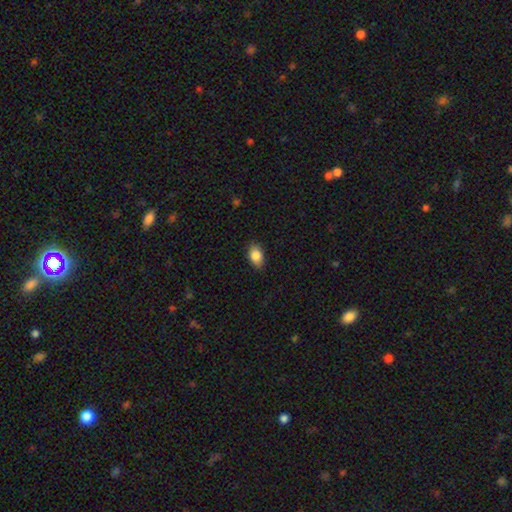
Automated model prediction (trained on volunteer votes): This appears to be a smooth galaxy with no disk features (85%) that is in between round and cigar-shaped (85%). Merging: none (85%).